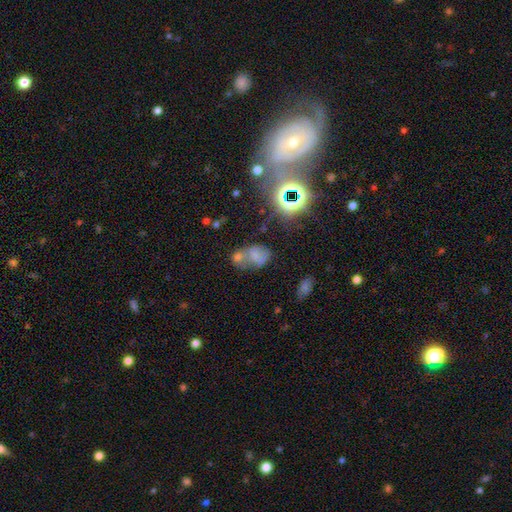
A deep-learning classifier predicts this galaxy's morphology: A smooth galaxy with no disk features (54%) that is in between round and cigar-shaped (73%). Merging: merger (49%).